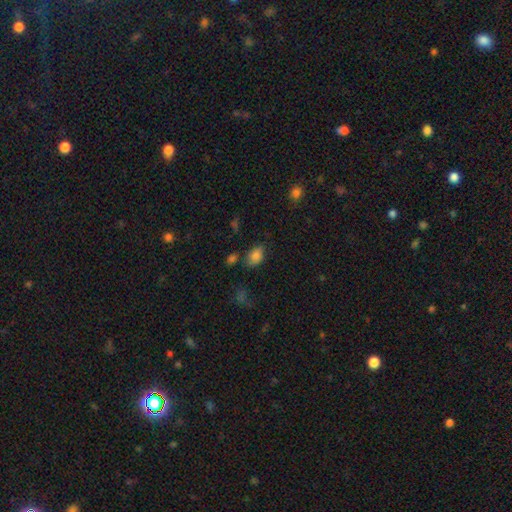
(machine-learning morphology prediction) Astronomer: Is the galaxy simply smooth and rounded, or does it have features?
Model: smooth — 82%.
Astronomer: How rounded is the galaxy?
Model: in between — 86%.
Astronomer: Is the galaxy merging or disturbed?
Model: none — 69%.